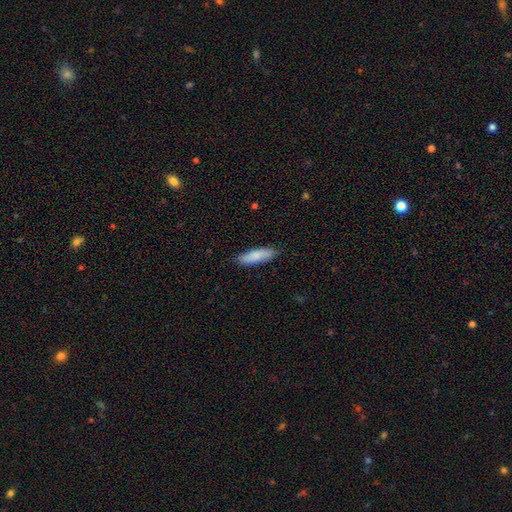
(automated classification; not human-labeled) A smooth galaxy with no disk features (84%) that is cigar-shaped (53%).

Vote fractions:
- Smooth or featured? smooth: 84% / featured or disk: 10% / star or artifact: 5%
- How rounded? cigar-shaped: 53% / in between: 46% / round: 1%
- Merging? none: 82% / minor disturbance: 14% / major disturbance: 2% / merger: 1%